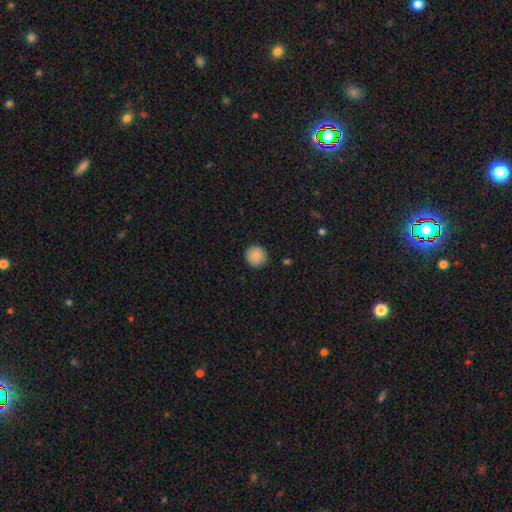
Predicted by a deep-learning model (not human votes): Overall: smooth (89%). How rounded: round (95%). Merging: none (91%).